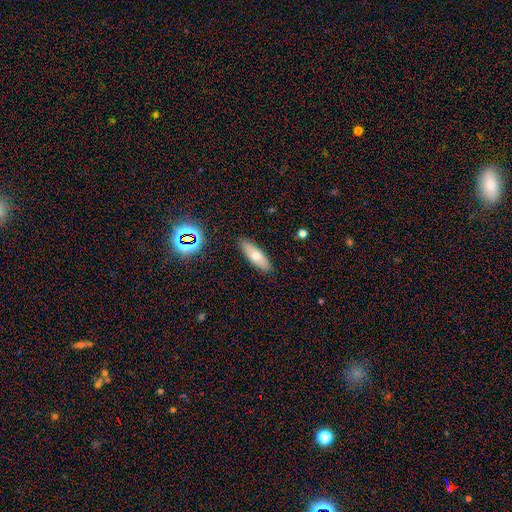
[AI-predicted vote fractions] Smooth or featured? Predicted: smooth (p=0.65). How rounded? Predicted: in between (p=0.62). Merging? Predicted: none (p=0.88).